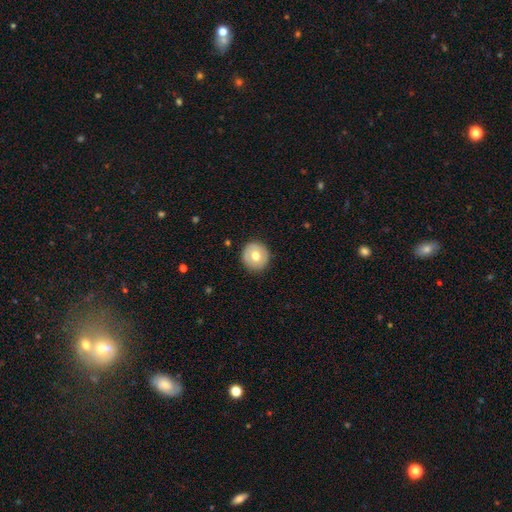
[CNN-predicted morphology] A smooth galaxy with no disk features (64%) that is round (93%). Merging: none (89%).